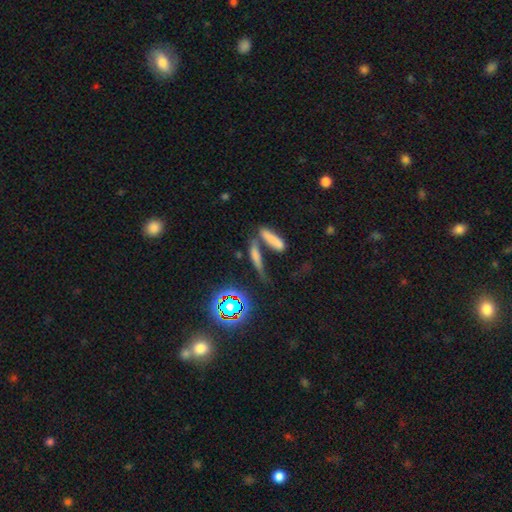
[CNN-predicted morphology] smooth 59%, star or artifact 21%, featured or disk 20%. Down the decision tree: how rounded — cigar-shaped (75%); merging — none (40%).